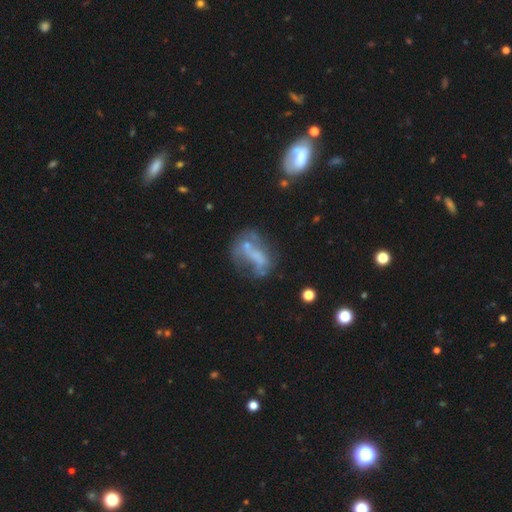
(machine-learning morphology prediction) smooth_or_featured: featured or disk (p=0.52) [alt: smooth p=0.33]
disk_edge_on: no (p=0.95) [alt: yes p=0.05]
merging: none (p=0.30) [alt: major disturbance p=0.27]